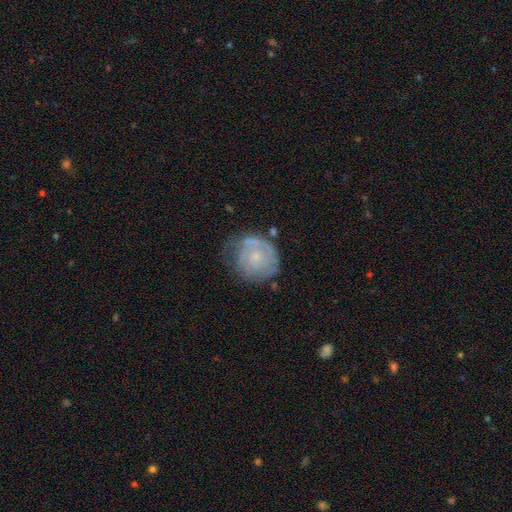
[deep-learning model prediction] Q: Smooth or featured?
A: featured or disk (62%); runner-up: smooth (32%)
Q: Edge-on disk?
A: no (98%); runner-up: yes (2%)
Q: Bar?
A: no (80%); runner-up: weak (18%)
Q: Spiral arms?
A: yes (76%); runner-up: no (24%)
Q: Bulge size?
A: small (72%); runner-up: moderate (18%)
Q: Merging?
A: none (55%); runner-up: minor disturbance (27%)